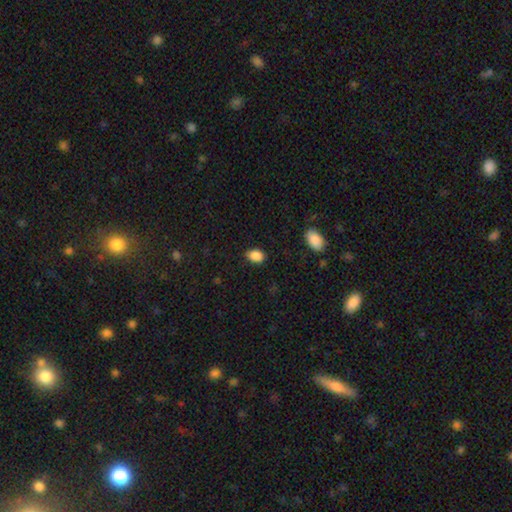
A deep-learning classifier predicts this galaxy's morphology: The model was most divided on "how rounded": in between: 79%, round: 20%, cigar-shaped: 1%. More confident: smooth or featured — smooth (88%); merging — none (84%).